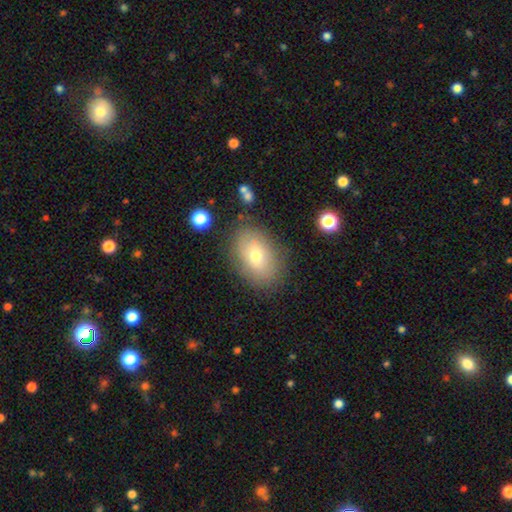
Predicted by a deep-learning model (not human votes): Smooth or featured? Predicted: smooth (p=0.68). How rounded? Predicted: in between (p=0.84). Merging? Predicted: none (p=0.81).